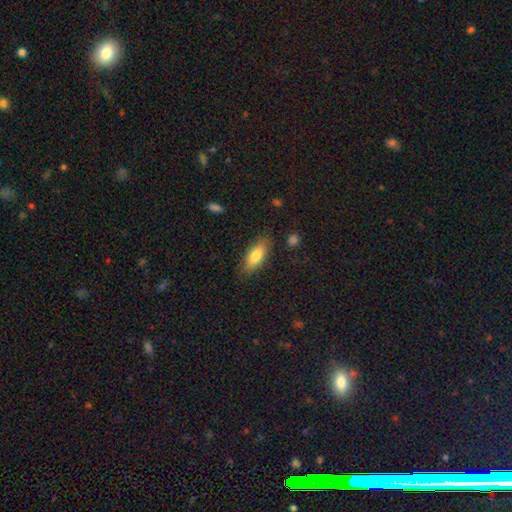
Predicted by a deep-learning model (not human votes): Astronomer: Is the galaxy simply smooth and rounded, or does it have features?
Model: smooth — 76%.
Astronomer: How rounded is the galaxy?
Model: in between — 73%.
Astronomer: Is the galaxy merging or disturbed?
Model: none — 84%.